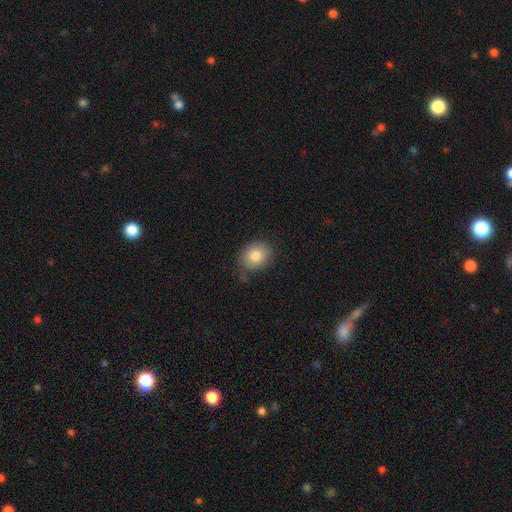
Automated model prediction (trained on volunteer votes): Q: Smooth or featured?
A: smooth (83%); runner-up: featured or disk (9%)
Q: How rounded?
A: round (56%); runner-up: in between (43%)
Q: Merging?
A: none (75%); runner-up: minor disturbance (19%)